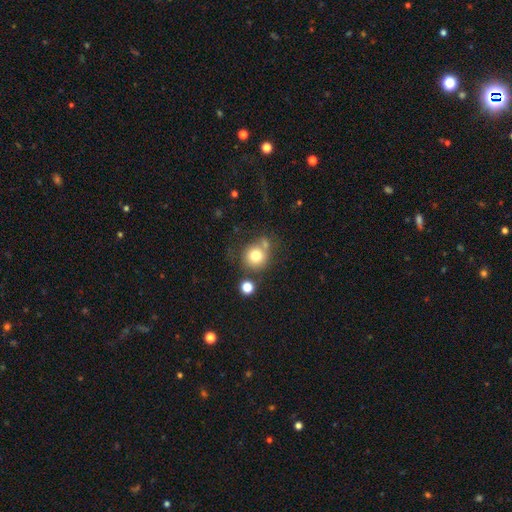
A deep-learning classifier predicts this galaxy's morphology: This appears to be a smooth galaxy with no disk features (75%) that is round (89%). Merging: none (59%).